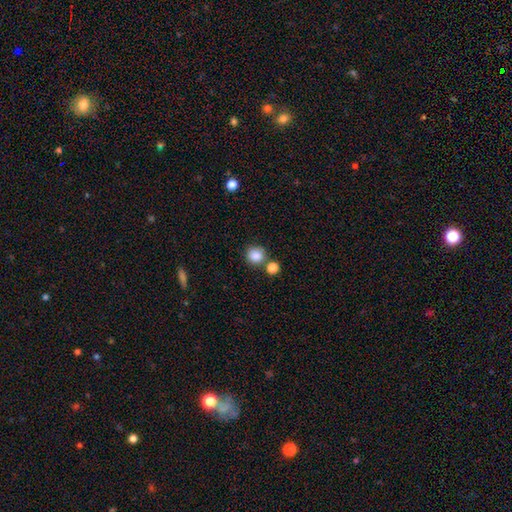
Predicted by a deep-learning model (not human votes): A smooth galaxy with no disk features (85%) that is round (89%).

Vote fractions:
- Smooth or featured? smooth: 85% / star or artifact: 10% / featured or disk: 5%
- How rounded? round: 89% / in between: 10% / cigar-shaped: 1%
- Merging? none: 71% / merger: 15% / minor disturbance: 10% / major disturbance: 3%